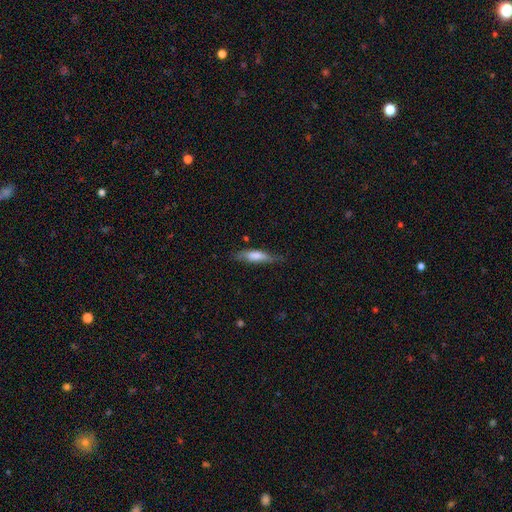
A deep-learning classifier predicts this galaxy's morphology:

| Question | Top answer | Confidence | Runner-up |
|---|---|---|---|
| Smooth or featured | smooth | 70% | featured or disk (24%) |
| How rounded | cigar-shaped | 68% | in between (30%) |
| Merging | none | 68% | minor disturbance (24%) |